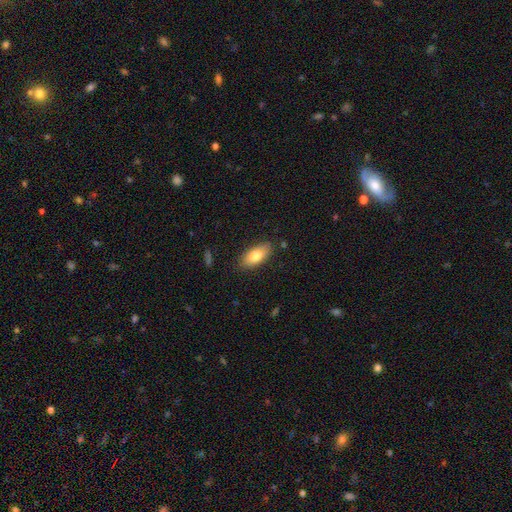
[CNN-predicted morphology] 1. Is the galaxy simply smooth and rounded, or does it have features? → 77% smooth, 17% featured or disk, 7% star or artifact.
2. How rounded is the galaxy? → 87% in between, 9% cigar-shaped, 3% round.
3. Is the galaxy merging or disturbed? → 84% none, 12% minor disturbance, 2% major disturbance, 1% merger.